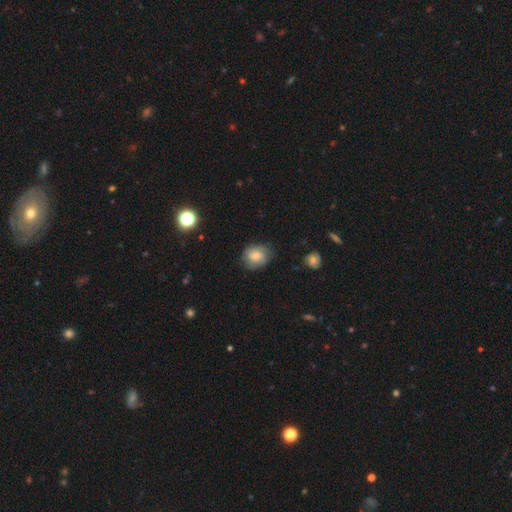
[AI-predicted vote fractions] Morphology: type=smooth (62%); roundness=round (58%); merging=none (70%).